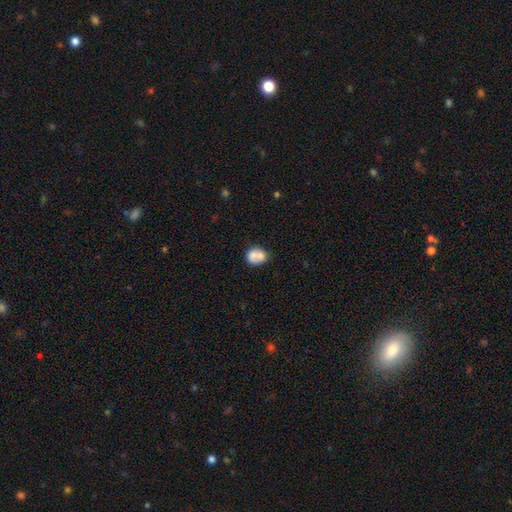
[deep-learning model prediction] smooth_or_featured: smooth (p=0.73) [alt: featured or disk p=0.19]
how_rounded: round (p=0.61) [alt: in between p=0.38]
merging: merger (p=0.46) [alt: none p=0.36]